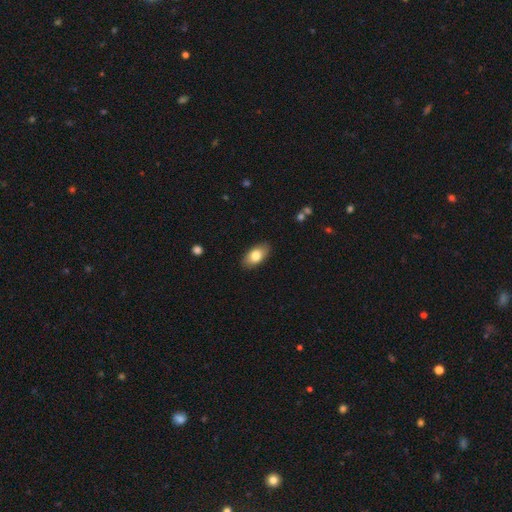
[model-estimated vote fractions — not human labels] smooth_or_featured: smooth (p=0.79) [alt: featured or disk p=0.15]
how_rounded: in between (p=0.92) [alt: round p=0.04]
merging: none (p=0.87) [alt: minor disturbance p=0.10]